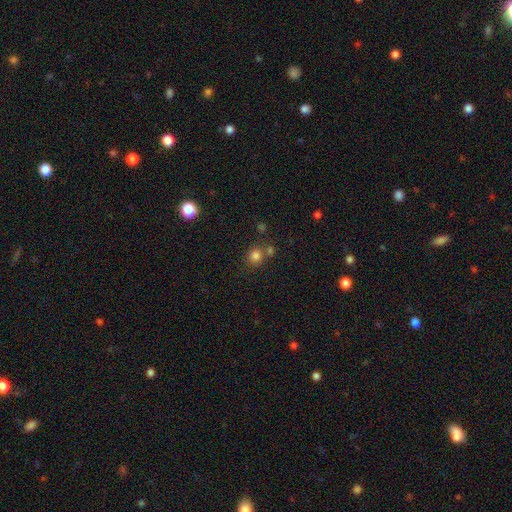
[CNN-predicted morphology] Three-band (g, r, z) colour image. It shows a smooth galaxy with no disk features (80%) that is round (87%). Merging: none (67%).